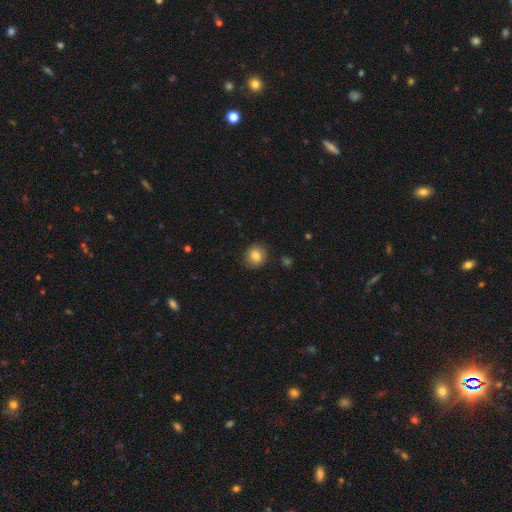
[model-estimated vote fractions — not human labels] Q: Smooth or featured?
A: smooth (83%); runner-up: star or artifact (10%)
Q: How rounded?
A: round (82%); runner-up: in between (17%)
Q: Merging?
A: none (85%); runner-up: minor disturbance (11%)